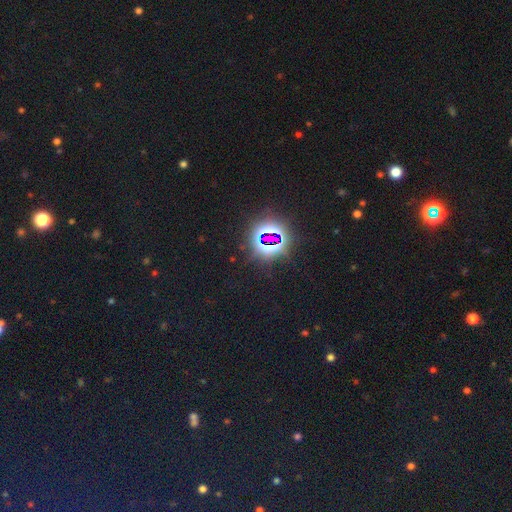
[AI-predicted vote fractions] smooth-or-featured: star or artifact: 77% | smooth: 16% | featured or disk: 8%